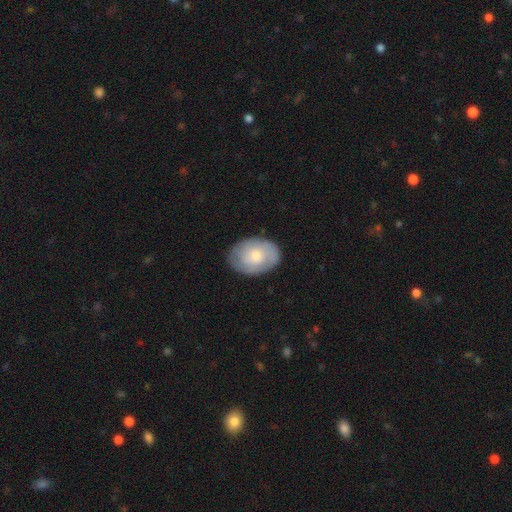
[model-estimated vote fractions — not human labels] Morphology: type=smooth (55%); roundness=in between (76%); merging=none (79%).